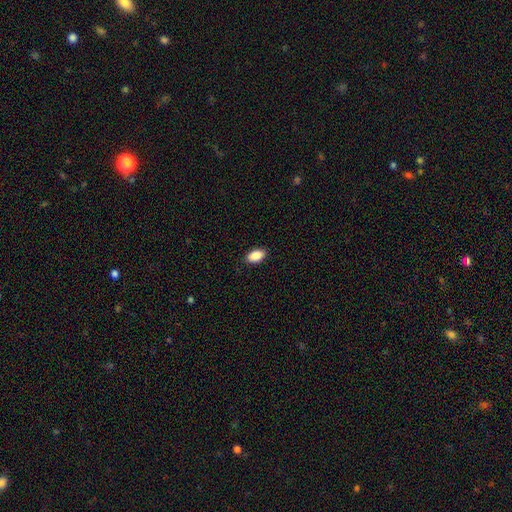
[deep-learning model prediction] A smooth galaxy with no disk features (89%) that is in between round and cigar-shaped (93%). Merging: none (89%).